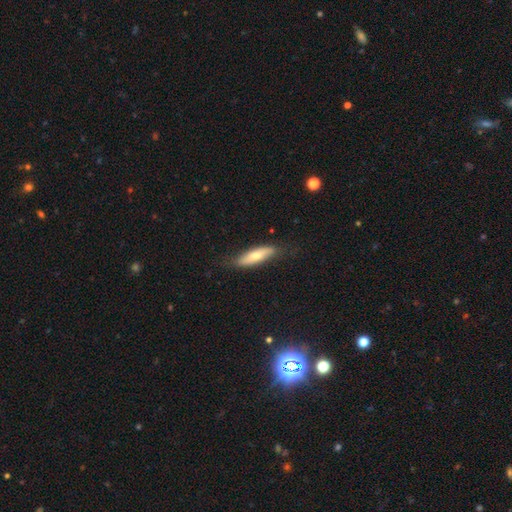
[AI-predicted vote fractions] This appears to be a smooth galaxy with no disk features (61%) that is cigar-shaped (55%). Merging: none (74%).